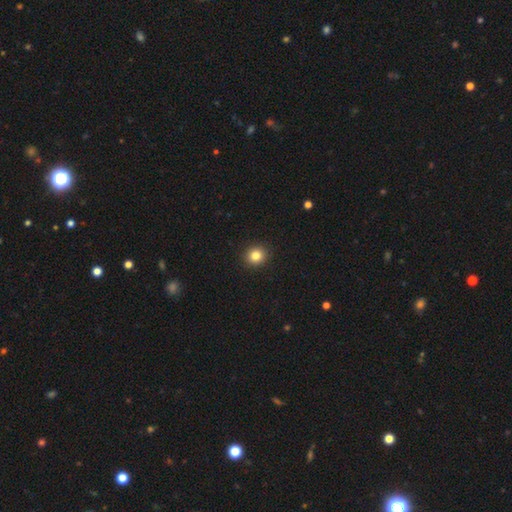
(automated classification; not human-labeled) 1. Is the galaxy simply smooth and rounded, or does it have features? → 83% smooth, 11% star or artifact, 6% featured or disk.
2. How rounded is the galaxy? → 87% round, 12% in between, 1% cigar-shaped.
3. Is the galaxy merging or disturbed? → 93% none, 5% minor disturbance, 2% major disturbance, 1% merger.